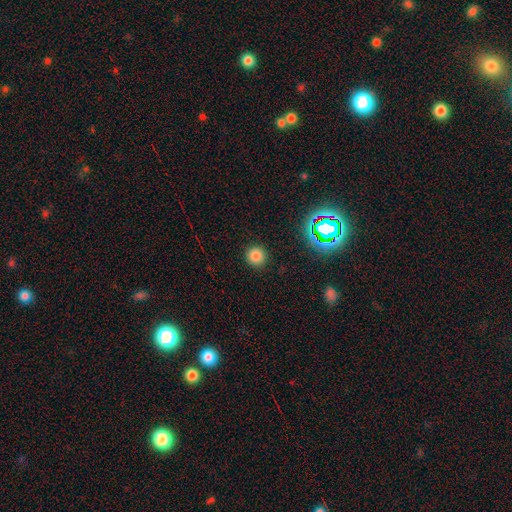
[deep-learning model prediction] smooth 79%, star or artifact 16%, featured or disk 5%. Down the decision tree: how rounded — round (93%); merging — none (91%).